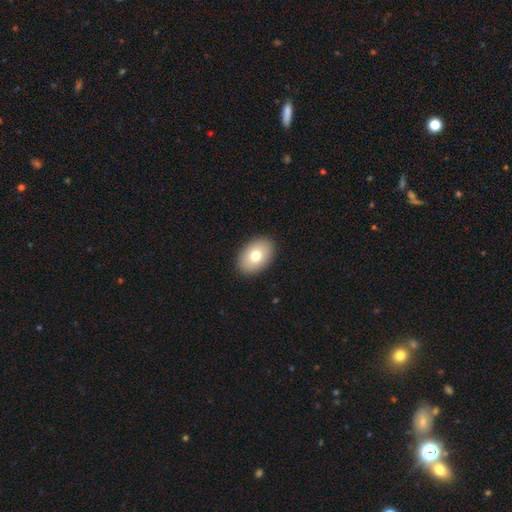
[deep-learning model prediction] This appears to be a smooth galaxy with no disk features (76%) that is in between round and cigar-shaped (87%). Merging: none (91%).